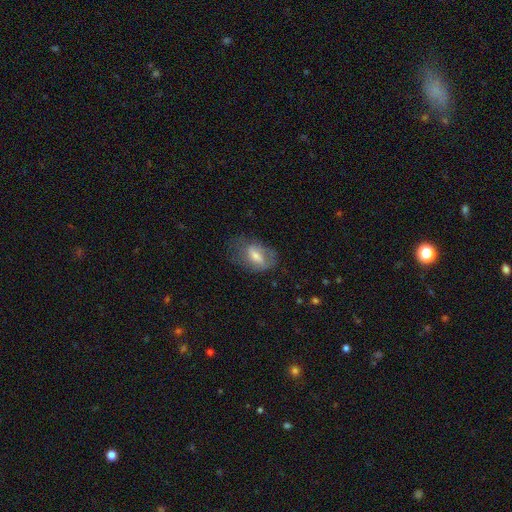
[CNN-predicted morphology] Smooth or featured: smooth — 50% (featured or disk — 41%)
How rounded: in between — 83% (round — 10%)
Merging: none — 51% (minor disturbance — 27%)